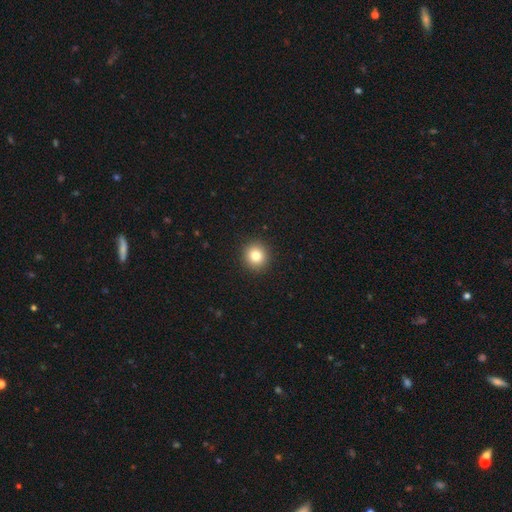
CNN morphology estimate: type=smooth (82%); roundness=round (92%); merging=none (93%).